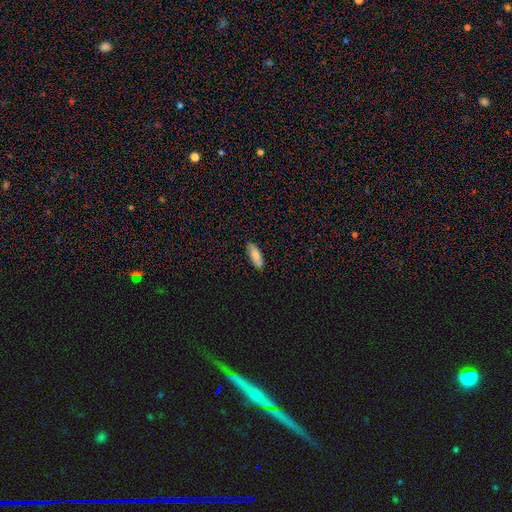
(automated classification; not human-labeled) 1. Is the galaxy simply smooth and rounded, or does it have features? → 79% smooth, 15% featured or disk, 7% star or artifact.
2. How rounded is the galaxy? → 64% in between, 34% cigar-shaped, 2% round.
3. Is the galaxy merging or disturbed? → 85% none, 12% minor disturbance, 2% major disturbance, 1% merger.